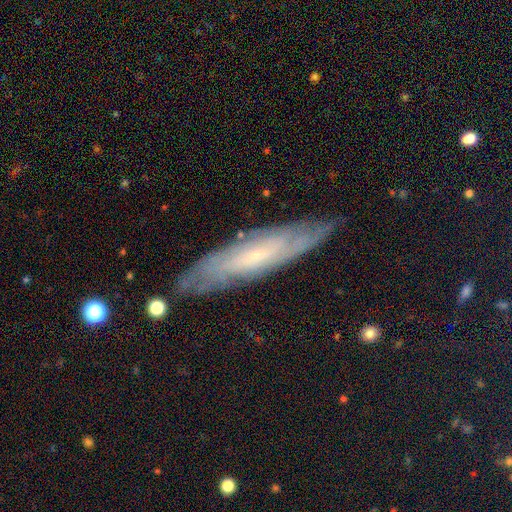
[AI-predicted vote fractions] smooth-or-featured: featured or disk: 70% | smooth: 22% | star or artifact: 8%
  disk-edge-on: no: 61% | yes: 39%
  merging: none: 80% | minor disturbance: 15% | major disturbance: 4% | merger: 2%